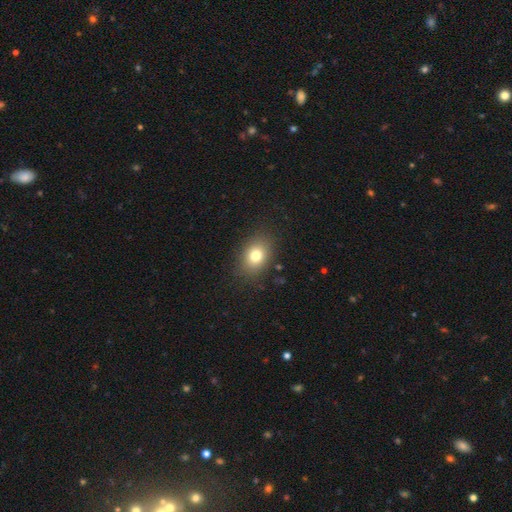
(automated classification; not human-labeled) Smooth or featured? smooth (77%)
How rounded? in between (66%)
Merging? none (85%)